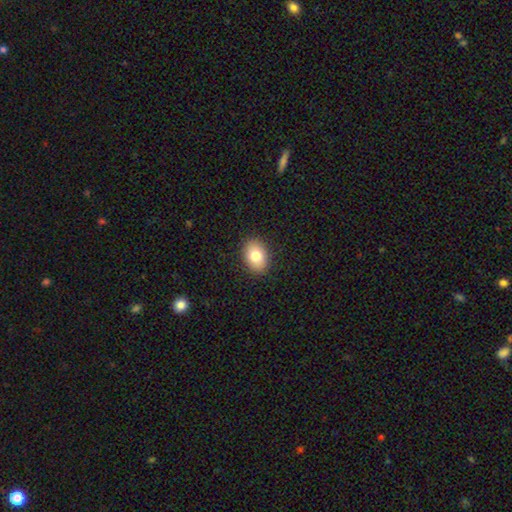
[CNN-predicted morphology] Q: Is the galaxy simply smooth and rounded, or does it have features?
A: smooth — 79%.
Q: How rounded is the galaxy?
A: in between — 75%.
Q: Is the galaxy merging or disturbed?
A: none — 89%.